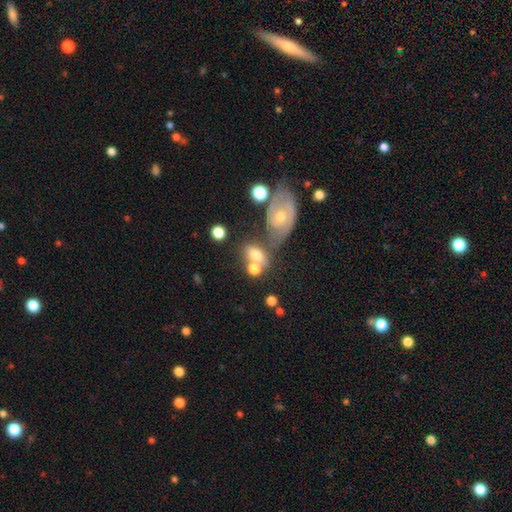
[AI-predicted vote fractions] This appears to be a smooth galaxy with no disk features (63%) that is in between round and cigar-shaped (77%). Merging: merger (47%).